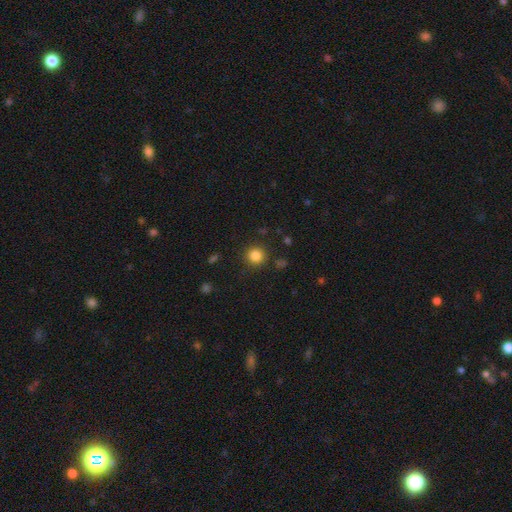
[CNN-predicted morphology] smooth-or-featured: smooth: 83% | star or artifact: 12% | featured or disk: 5%
  how-rounded: round: 92% | in between: 7% | cigar-shaped: 1%
  merging: none: 89% | minor disturbance: 7% | major disturbance: 3% | merger: 2%